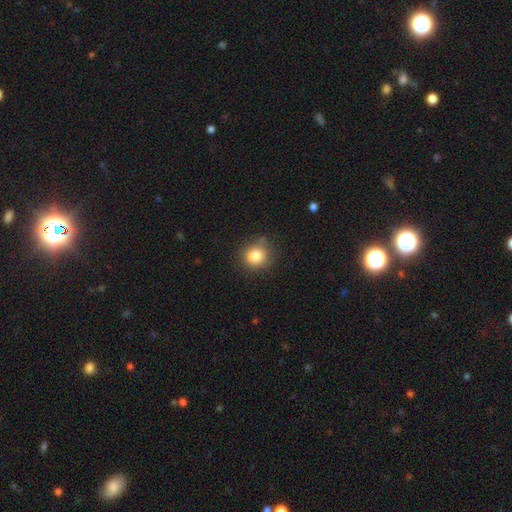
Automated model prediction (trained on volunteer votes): smooth-or-featured: smooth: 82% | star or artifact: 10% | featured or disk: 7%
  how-rounded: round: 84% | in between: 15% | cigar-shaped: 1%
  merging: none: 80% | minor disturbance: 14% | major disturbance: 4% | merger: 2%